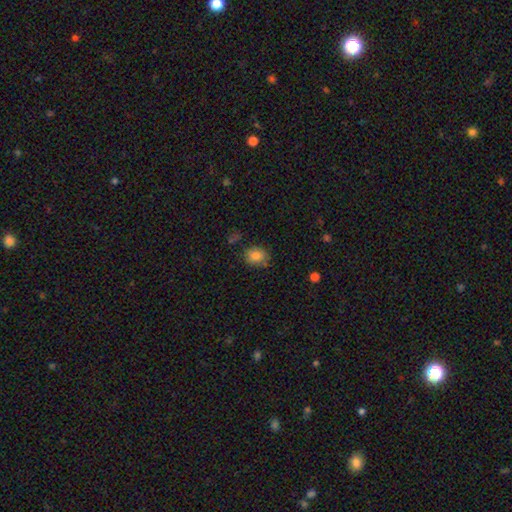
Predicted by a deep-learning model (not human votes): A smooth galaxy with no disk features (82%) that is round (53%).

Vote fractions:
- Smooth or featured? smooth: 82% / star or artifact: 10% / featured or disk: 8%
- How rounded? round: 53% / in between: 46% / cigar-shaped: 1%
- Merging? none: 78% / minor disturbance: 15% / merger: 4% / major disturbance: 4%